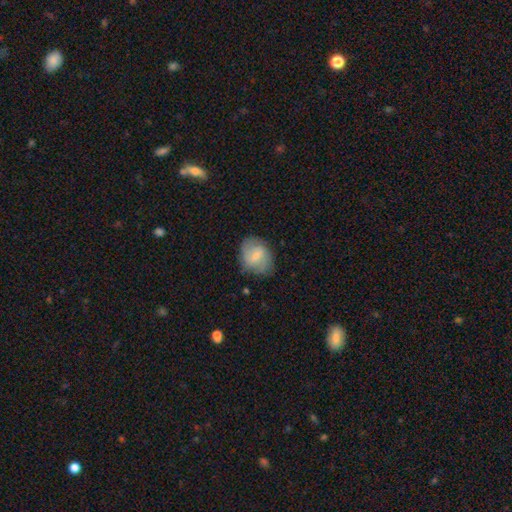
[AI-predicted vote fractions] Smooth or featured? Predicted: smooth (p=0.49). Merging? Predicted: none (p=0.73).